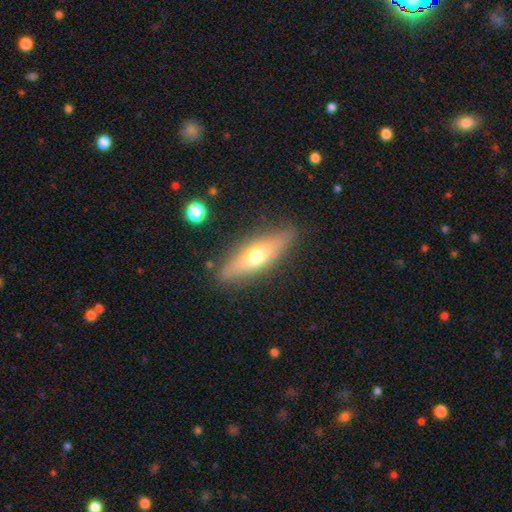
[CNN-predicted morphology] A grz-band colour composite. It shows a smooth galaxy with no disk features (51%) that is cigar-shaped (60%). Merging: none (84%).